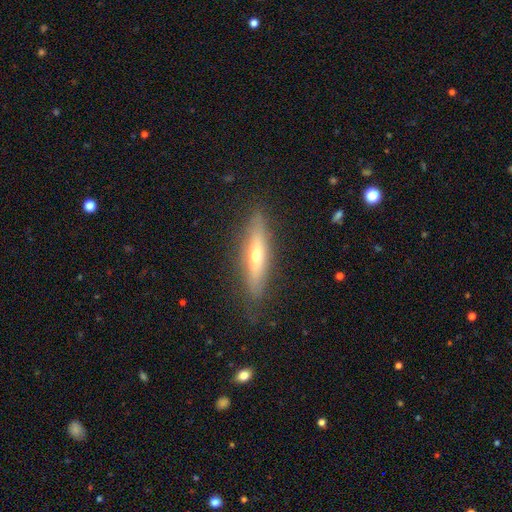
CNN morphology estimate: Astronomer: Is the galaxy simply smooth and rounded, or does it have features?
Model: featured or disk — 50% (runner-up: smooth, 43%).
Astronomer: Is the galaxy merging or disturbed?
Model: none — 84%.